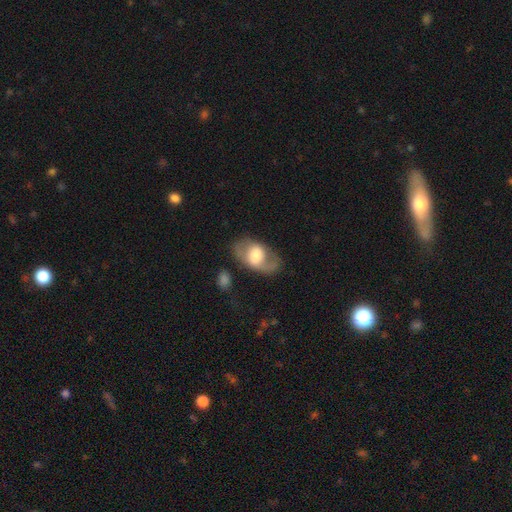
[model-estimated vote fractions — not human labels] smooth-or-featured: featured or disk: 49% | smooth: 45% | star or artifact: 6%
  merging: none: 58% | minor disturbance: 22% | major disturbance: 16% | merger: 4%